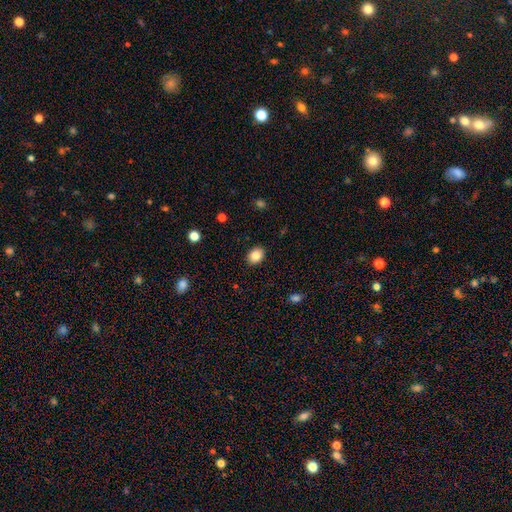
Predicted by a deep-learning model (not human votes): Morphology: type=smooth (84%); roundness=in between (61%); merging=none (90%).